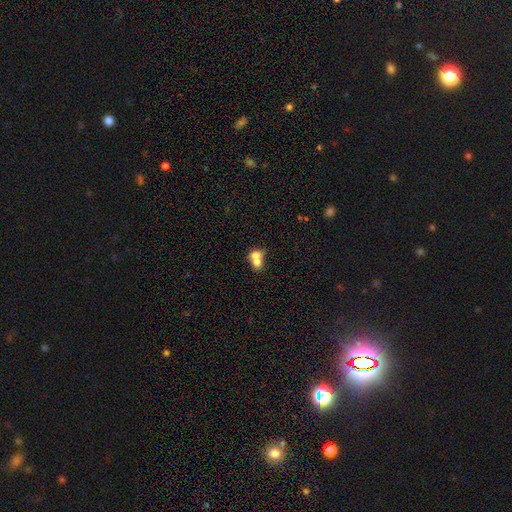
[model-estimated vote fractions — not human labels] The model was most divided on "how rounded": round: 52%, in between: 46%, cigar-shaped: 1%. More confident: merging — merger (74%); smooth or featured — smooth (69%).